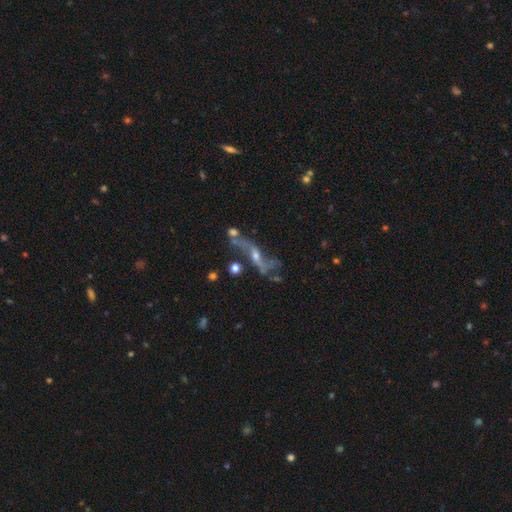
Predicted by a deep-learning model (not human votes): Q: Smooth or featured?
A: featured or disk (69%); runner-up: star or artifact (17%)
Q: Edge-on disk?
A: no (64%); runner-up: yes (36%)
Q: Merging?
A: none (48%); runner-up: major disturbance (19%)